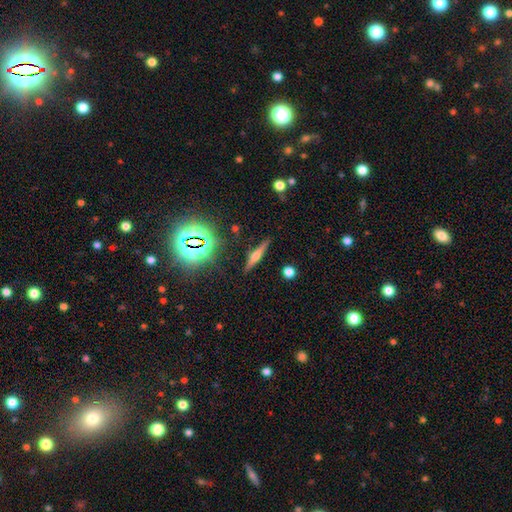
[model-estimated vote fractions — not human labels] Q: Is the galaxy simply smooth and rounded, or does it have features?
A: featured or disk — 51%.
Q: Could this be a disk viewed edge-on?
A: yes — 95%.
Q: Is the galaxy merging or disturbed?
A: none — 86%.